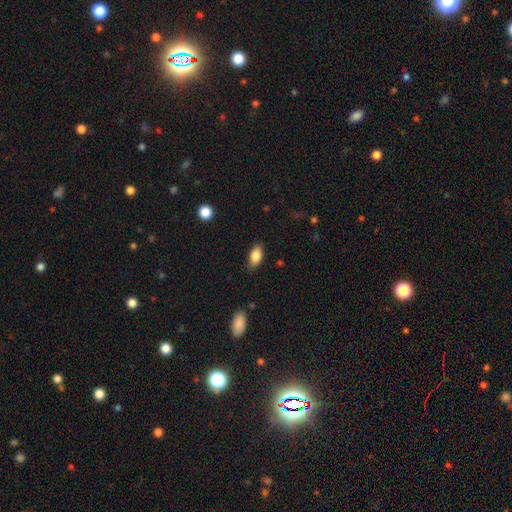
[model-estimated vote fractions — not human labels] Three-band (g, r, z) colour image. It shows a smooth galaxy with no disk features (84%) that is in between round and cigar-shaped (89%). Merging: none (81%).